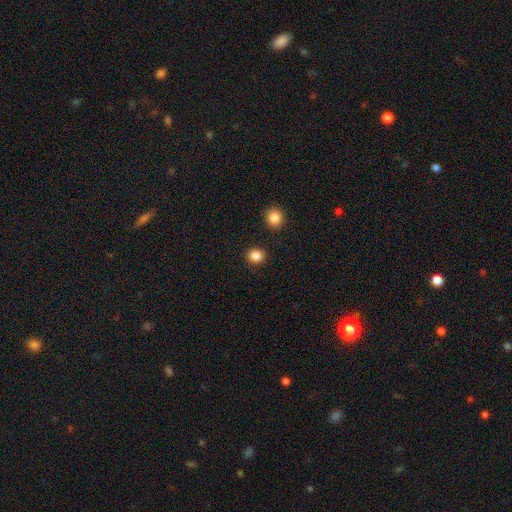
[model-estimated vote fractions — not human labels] Smooth or featured: smooth — 85% (star or artifact — 11%)
How rounded: round — 85% (in between — 15%)
Merging: none — 90% (minor disturbance — 6%)